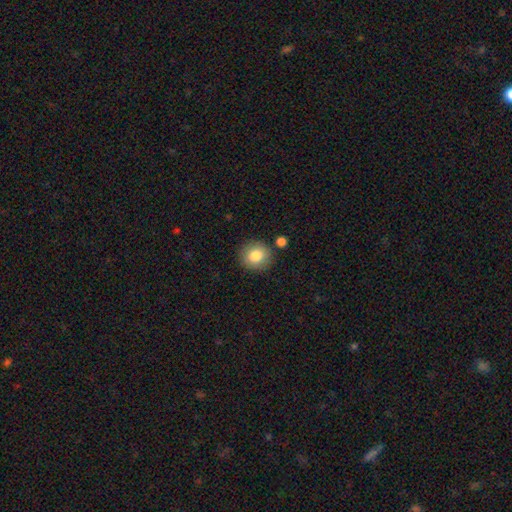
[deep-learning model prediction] Smooth or featured? Predicted: smooth (p=0.84). How rounded? Predicted: round (p=0.85). Merging? Predicted: none (p=0.84).